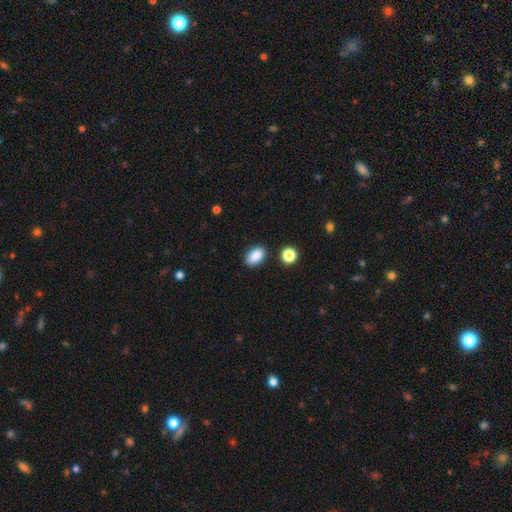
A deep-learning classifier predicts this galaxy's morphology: A smooth galaxy with no disk features (87%) that is in between round and cigar-shaped (89%).

Vote fractions:
- Smooth or featured? smooth: 87% / star or artifact: 8% / featured or disk: 4%
- How rounded? in between: 89% / round: 9% / cigar-shaped: 2%
- Merging? none: 87% / minor disturbance: 8% / merger: 3% / major disturbance: 2%